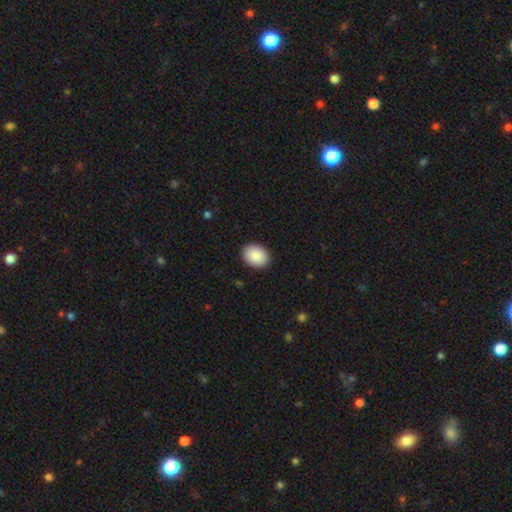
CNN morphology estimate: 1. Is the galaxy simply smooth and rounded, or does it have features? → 88% smooth, 7% star or artifact, 5% featured or disk.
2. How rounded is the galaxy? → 67% in between, 32% round, 1% cigar-shaped.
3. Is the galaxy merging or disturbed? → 90% none, 7% minor disturbance, 2% major disturbance, 1% merger.